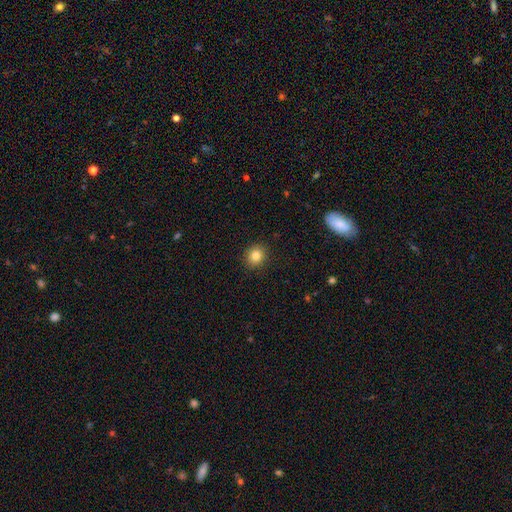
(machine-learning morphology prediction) A smooth galaxy with no disk features (83%) that is round (77%). Merging: none (91%).